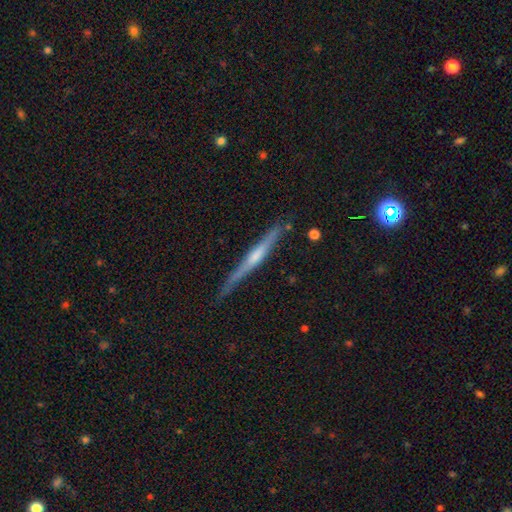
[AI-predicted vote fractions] This is likely a featured or disk galaxy (67%). It is clearly viewed edge-on (97%). Edge-on bulge: possibly rounded (52%). Merging: clearly none (81%).